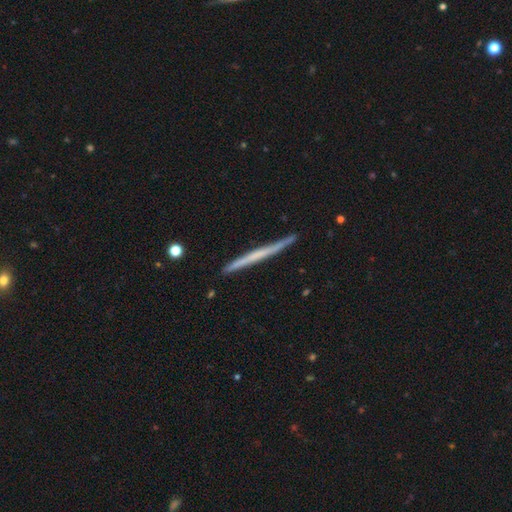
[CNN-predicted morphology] Overall: featured or disk (57%; smooth 37%). Edge-on disk: yes (98%). Edge-on bulge: none (84%). Merging: none (90%).